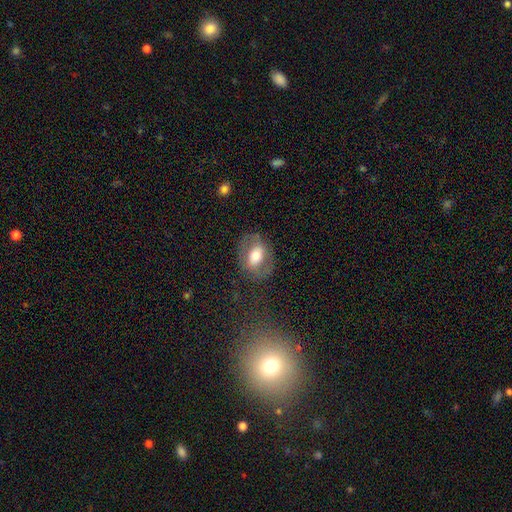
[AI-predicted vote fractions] Overall: smooth (52%; featured or disk 40%). How rounded: in between (74%). Merging: none (75%).